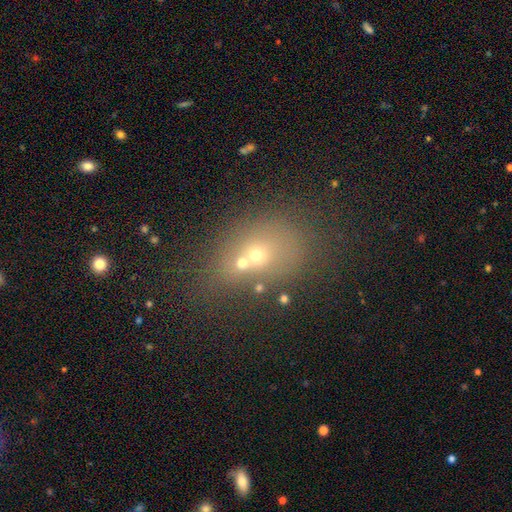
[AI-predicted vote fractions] The model was most divided on "how rounded" (2-way tie): round: 49%, in between: 49%, cigar-shaped: 2%. Remaining: smooth or featured — smooth (52%); merging — merger (49%).